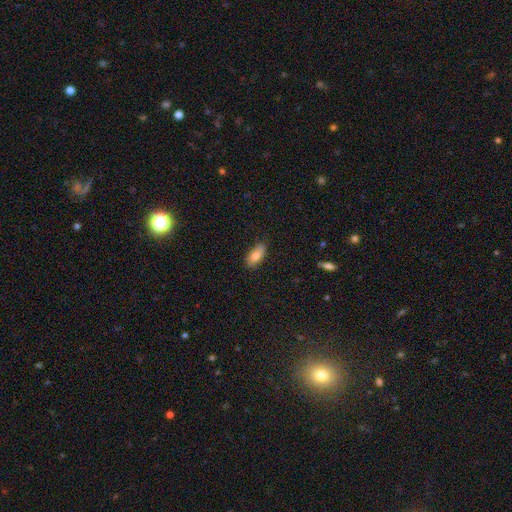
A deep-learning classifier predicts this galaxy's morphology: type=smooth (78%); roundness=in between (86%); merging=none (81%).